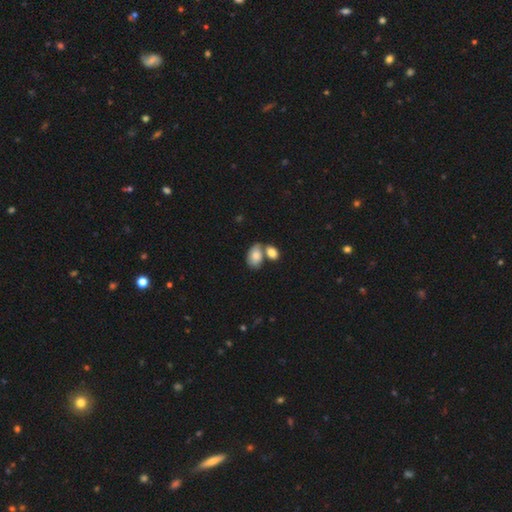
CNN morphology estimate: The model was most divided on "merging": merger: 49%, none: 33%, minor disturbance: 13%, major disturbance: 5%. More confident: how rounded — in between (85%); smooth or featured — smooth (82%).